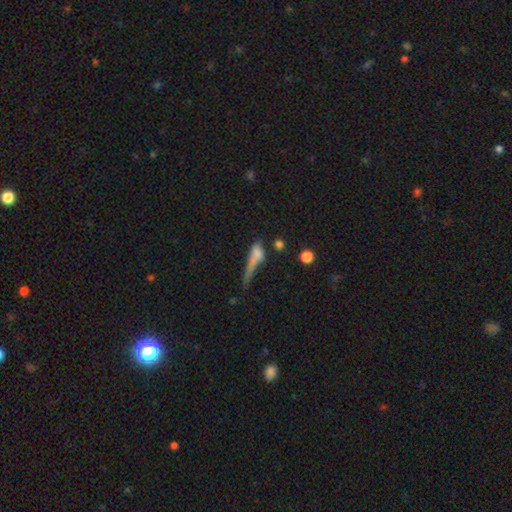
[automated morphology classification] The model was most divided on "merging": none: 30%, major disturbance: 28%, merger: 22%, minor disturbance: 20%. More confident: smooth or featured — smooth (60%); how rounded — cigar-shaped (50%).